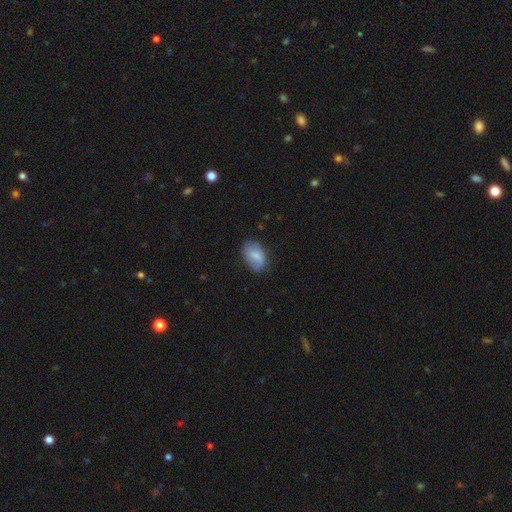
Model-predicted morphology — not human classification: type=smooth (72%); roundness=in between (91%); merging=none (68%).